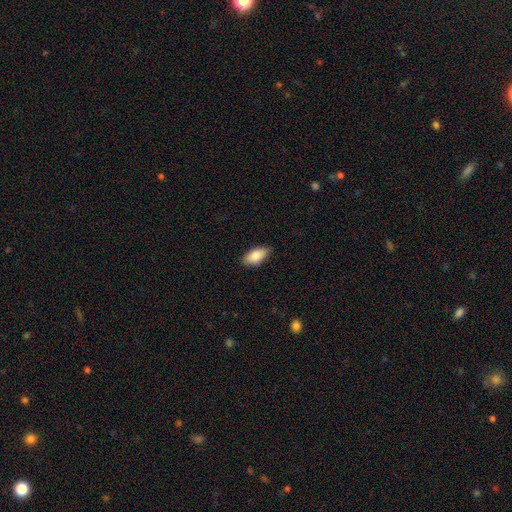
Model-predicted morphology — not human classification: A smooth galaxy with no disk features (85%) that is in between round and cigar-shaped (92%). Merging: none (80%).